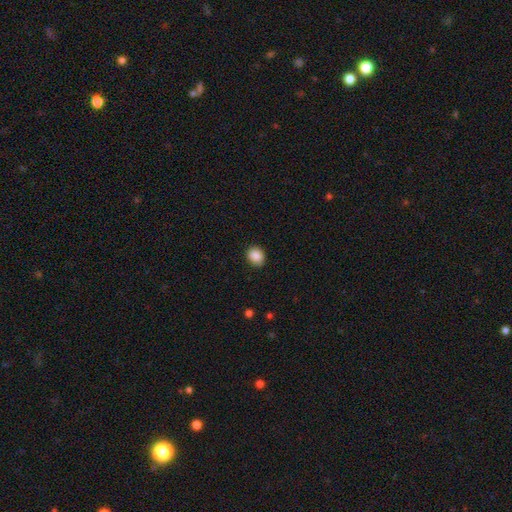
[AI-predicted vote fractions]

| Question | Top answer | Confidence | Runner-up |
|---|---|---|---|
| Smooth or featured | smooth | 88% | star or artifact (9%) |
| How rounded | round | 57% | in between (42%) |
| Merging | none | 87% | minor disturbance (10%) |